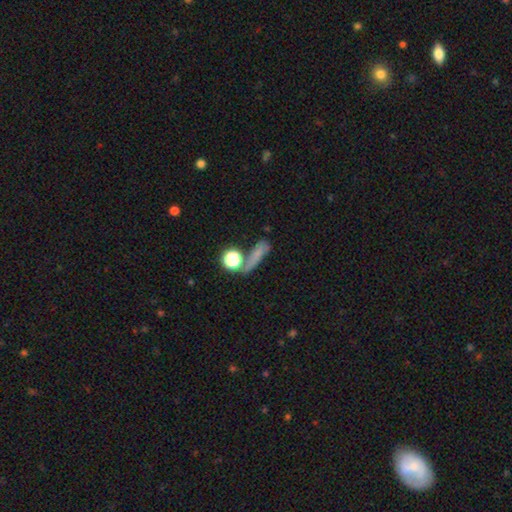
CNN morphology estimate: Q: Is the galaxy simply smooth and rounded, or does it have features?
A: smooth — 58%.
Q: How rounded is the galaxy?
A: cigar-shaped — 40%.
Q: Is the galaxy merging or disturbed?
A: none — 50%.